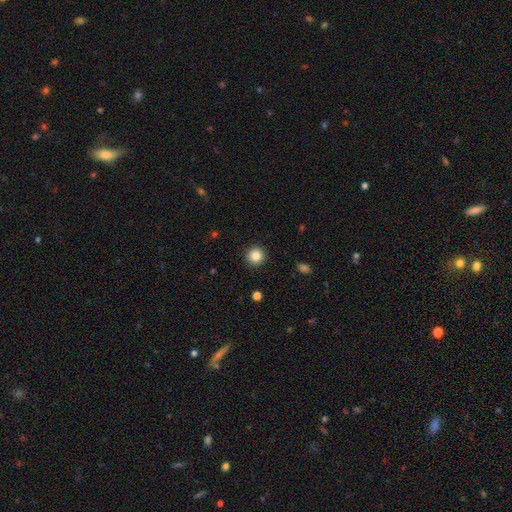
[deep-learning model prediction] Overall: smooth (85%). How rounded: round (95%). Merging: none (92%).